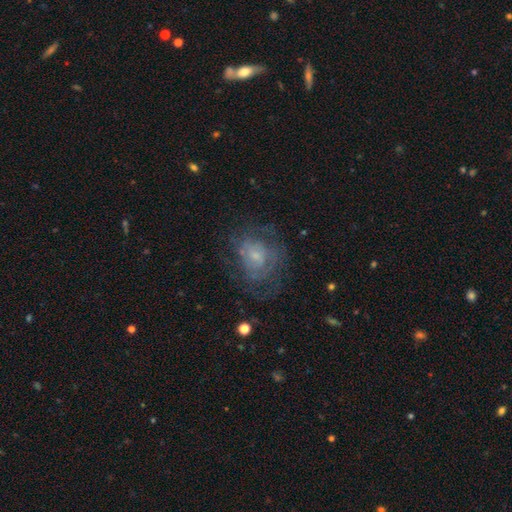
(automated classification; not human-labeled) Morphology: type=featured or disk (60%); edge-on=no (97%); bar=no (73%); spiral arms=yes (63%); bulge=small (61%); merging=none (59%).